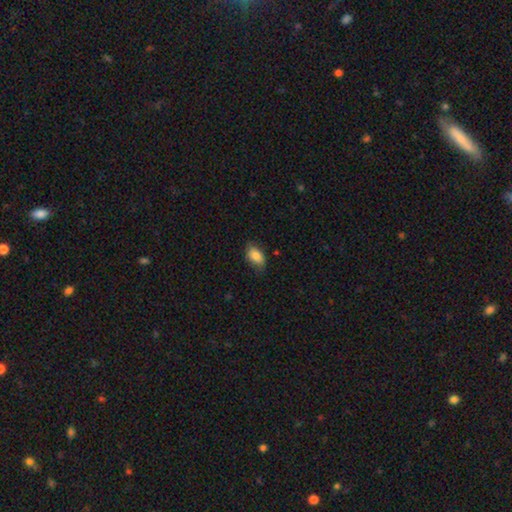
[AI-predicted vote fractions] A smooth galaxy with no disk features (85%) that is in between round and cigar-shaped (91%).

Vote fractions:
- Smooth or featured? smooth: 85% / featured or disk: 8% / star or artifact: 7%
- How rounded? in between: 91% / round: 7% / cigar-shaped: 2%
- Merging? none: 73% / minor disturbance: 22% / major disturbance: 4% / merger: 1%